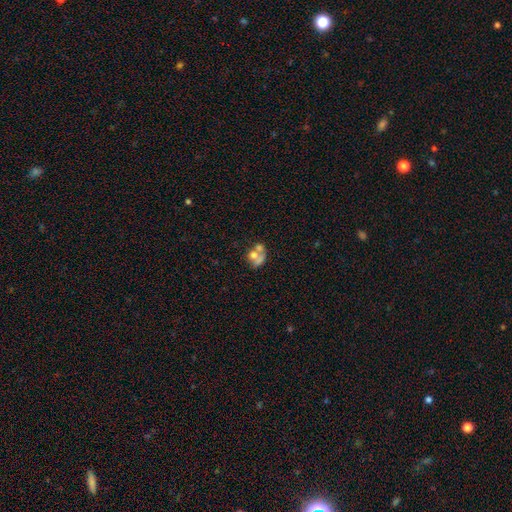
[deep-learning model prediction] Morphology: type=smooth (52%); roundness=round (52%); merging=merger (56%).